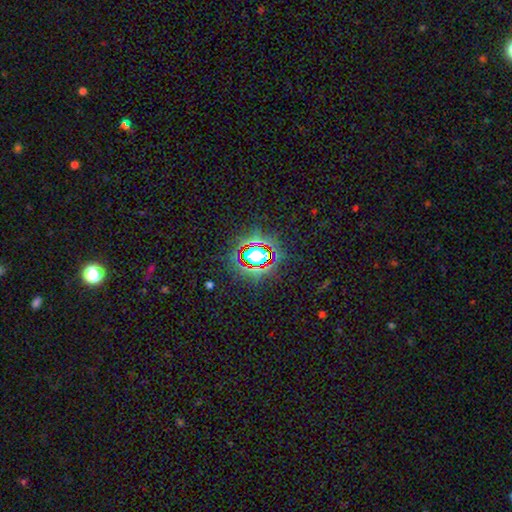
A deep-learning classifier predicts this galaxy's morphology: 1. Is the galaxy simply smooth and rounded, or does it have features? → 71% star or artifact, 19% smooth, 10% featured or disk.